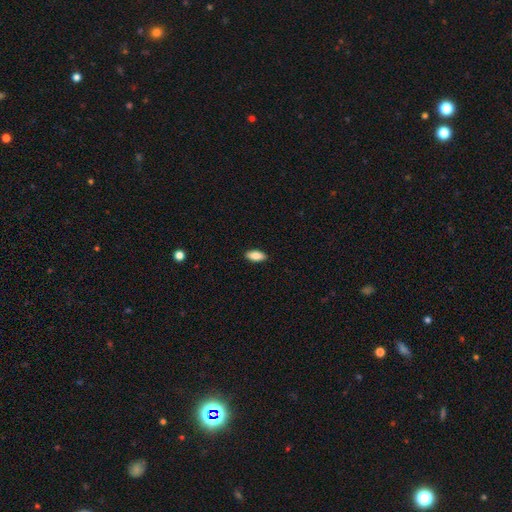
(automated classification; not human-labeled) Q: Smooth or featured?
A: smooth (87%); runner-up: featured or disk (7%)
Q: How rounded?
A: in between (88%); runner-up: cigar-shaped (9%)
Q: Merging?
A: none (90%); runner-up: minor disturbance (8%)